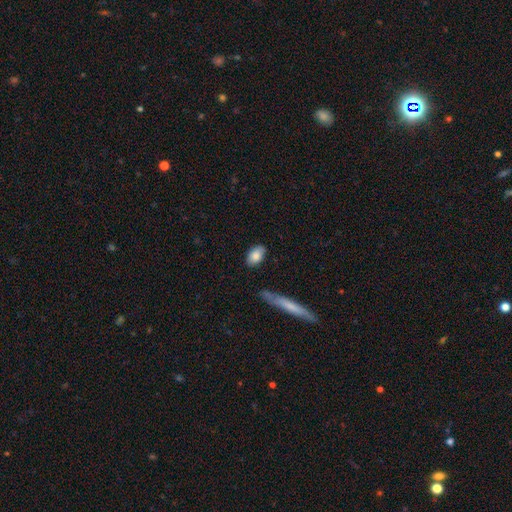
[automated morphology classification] Smooth or featured? smooth (84%)
How rounded? in between (90%)
Merging? none (82%)